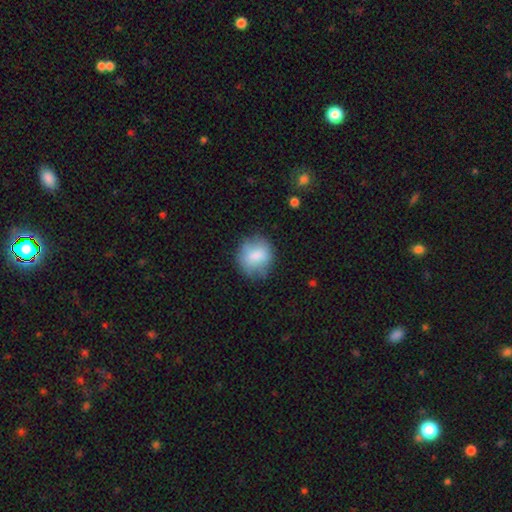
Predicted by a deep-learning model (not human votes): The model was most divided on "merging": none: 69%, minor disturbance: 22%, major disturbance: 7%, merger: 2%. More confident: how rounded — round (80%); smooth or featured — smooth (77%).